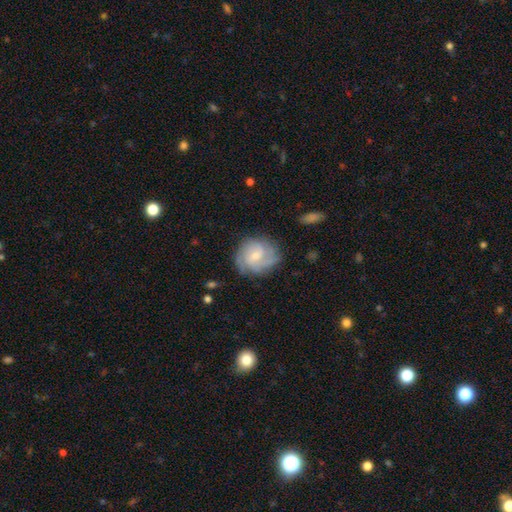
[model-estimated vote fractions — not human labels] smooth-or-featured: featured or disk: 71% | smooth: 23% | star or artifact: 6%
  disk-edge-on: no: 98% | yes: 2%
    bar: no: 54% | weak: 41% | strong: 6%
    has-spiral-arms: yes: 92% | no: 8%
      spiral-winding: tight: 51% | medium: 37% | loose: 11%
      spiral-arm-count: 3: 29% (tied) | can't tell: 29% (tied) | 2: 24% | 4: 9% | 1: 5% | more than 4: 4%
    bulge-size: small: 59% | moderate: 36% | none: 3% | large: 2% | dominant: 1%
  merging: none: 71% | minor disturbance: 20% | major disturbance: 7% | merger: 2%